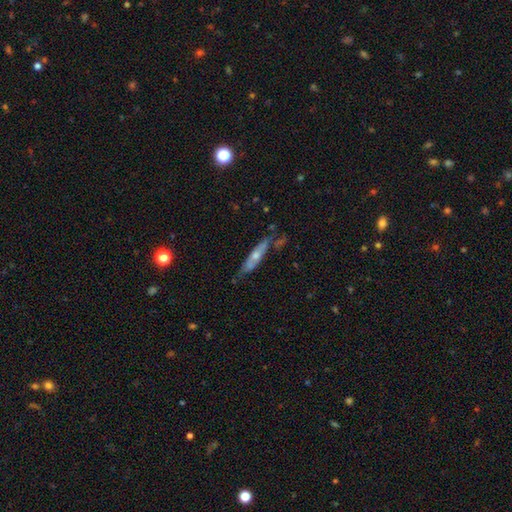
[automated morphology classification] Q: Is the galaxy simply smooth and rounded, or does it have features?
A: featured or disk — 55%.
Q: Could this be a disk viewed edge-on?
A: yes — 69%.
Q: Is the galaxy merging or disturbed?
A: none — 63%.